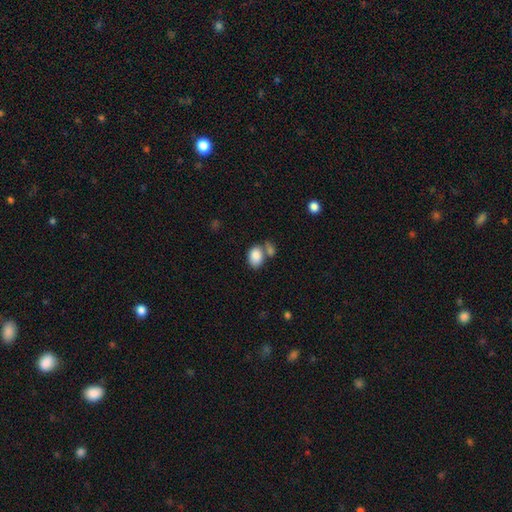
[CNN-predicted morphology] This appears to be a smooth galaxy with no disk features (86%) that is in between round and cigar-shaped (80%). Merging: none (43%).